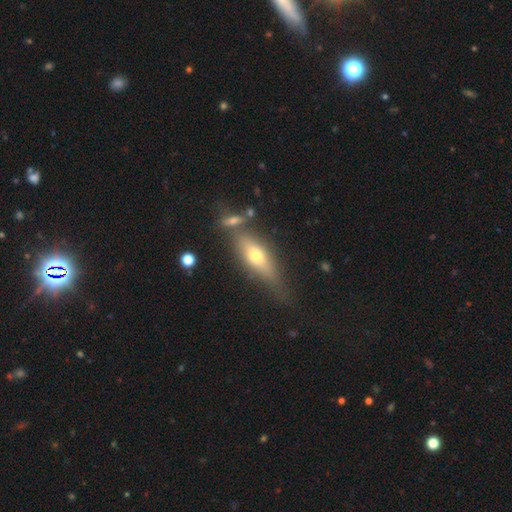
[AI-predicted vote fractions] Overall: smooth (47%; featured or disk 44%). Merging: none (60%; minor disturbance 20%).